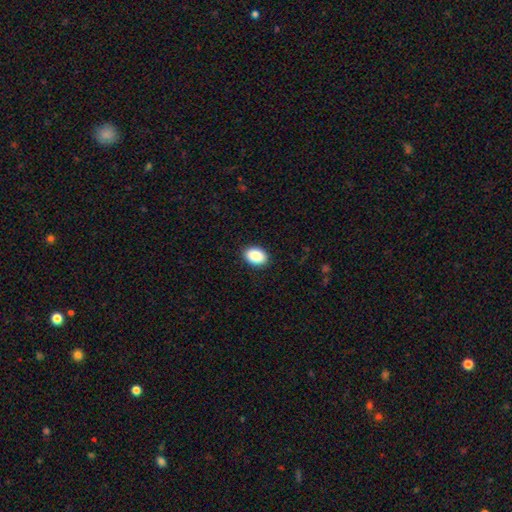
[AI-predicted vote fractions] smooth-or-featured: smooth: 88% | star or artifact: 7% | featured or disk: 5%
  how-rounded: in between: 81% | round: 18% | cigar-shaped: 1%
  merging: none: 90% | minor disturbance: 7% | major disturbance: 2% | merger: 1%